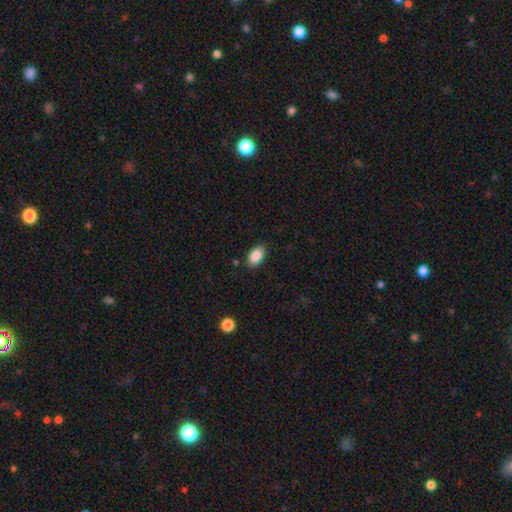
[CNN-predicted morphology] type=smooth (87%); roundness=in between (92%); merging=none (86%).